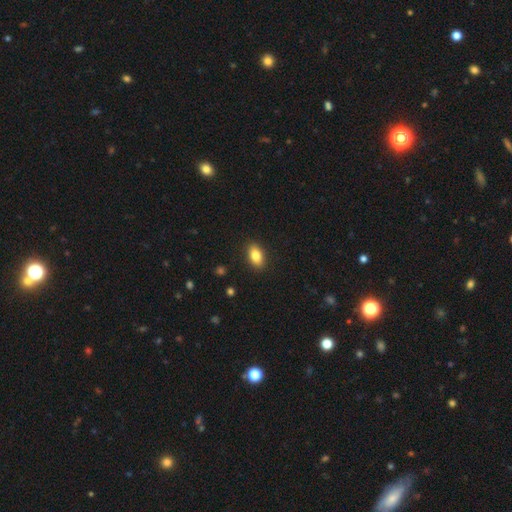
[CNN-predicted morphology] This is clearly a smooth galaxy (83%). How rounded: clearly in between (89%). Merging: clearly none (90%).